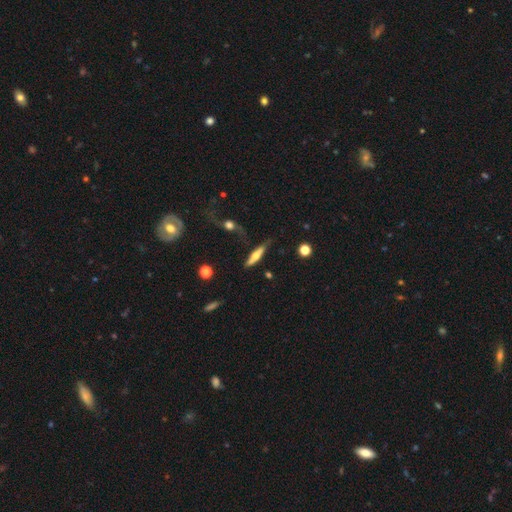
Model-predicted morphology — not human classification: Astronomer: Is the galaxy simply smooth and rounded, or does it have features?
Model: featured or disk — 53% (runner-up: smooth, 41%).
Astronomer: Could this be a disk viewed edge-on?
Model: yes — 88%.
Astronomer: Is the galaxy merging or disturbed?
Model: none — 62%.